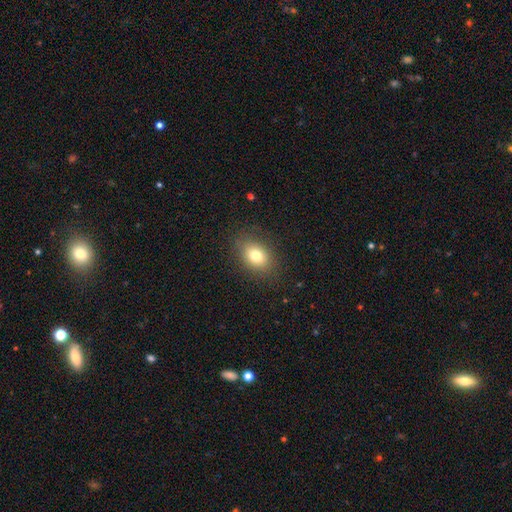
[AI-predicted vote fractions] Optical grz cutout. It shows a smooth galaxy with no disk features (77%) that is in between round and cigar-shaped (68%). Merging: none (84%).